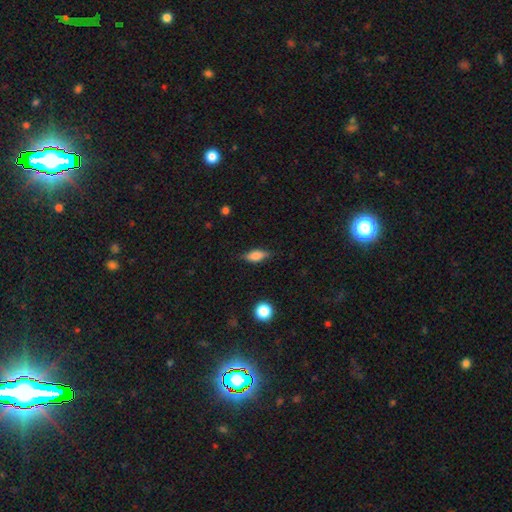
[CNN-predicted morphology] Overall: smooth (69%). How rounded: in between (74%). Merging: none (78%).